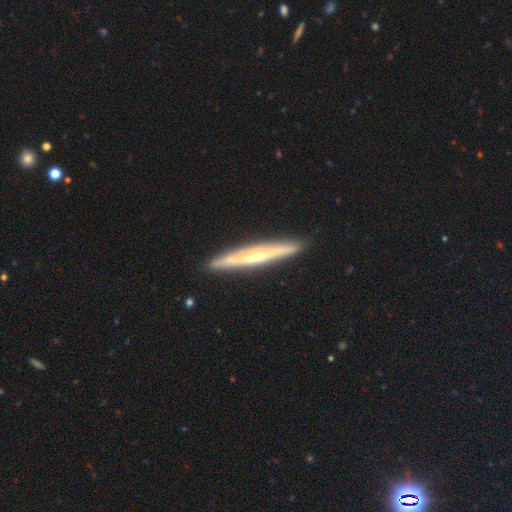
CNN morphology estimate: The model was most divided on "edge-on bulge": rounded: 55%, none: 38%, boxy: 7%. More confident: edge-on disk — yes (96%); merging — none (91%); smooth or featured — featured or disk (68%).